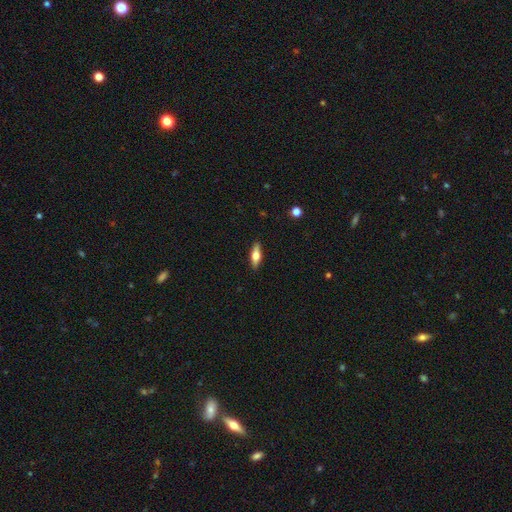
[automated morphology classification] Smooth or featured?
  - smooth: 53% *
  - featured or disk: 40%
  - star or artifact: 6%
How rounded?
  - in between: 53% *
  - cigar-shaped: 44%
  - round: 3%
Merging?
  - none: 90% *
  - minor disturbance: 8%
  - major disturbance: 2%
  - merger: 1%